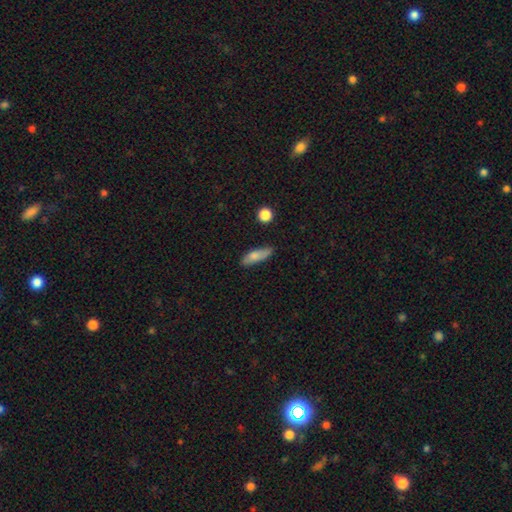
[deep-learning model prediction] Smooth or featured?
  - smooth: 78% *
  - featured or disk: 15%
  - star or artifact: 7%
How rounded?
  - in between: 53% *
  - cigar-shaped: 44%
  - round: 3%
Merging?
  - none: 75% *
  - minor disturbance: 19%
  - major disturbance: 4%
  - merger: 2%